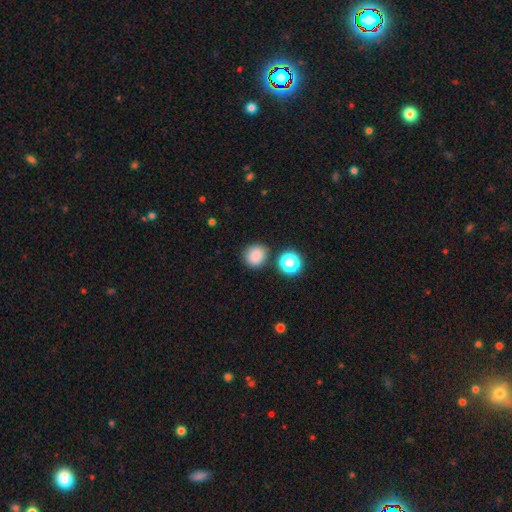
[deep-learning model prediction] The model was most divided on "how rounded": round: 84%, in between: 15%, cigar-shaped: 1%. More confident: smooth or featured — smooth (84%); merging — none (81%).